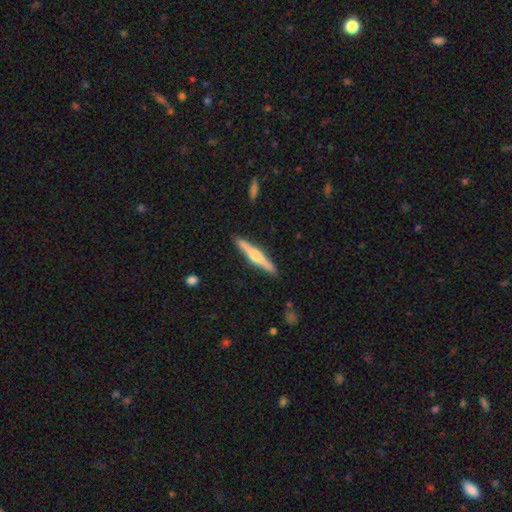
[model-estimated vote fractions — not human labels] Smooth or featured: featured or disk — 55% (smooth — 39%)
Edge-on disk: yes — 97% (no — 3%)
Edge-on bulge: rounded — 57% (boxy — 25%)
Merging: none — 89% (minor disturbance — 8%)